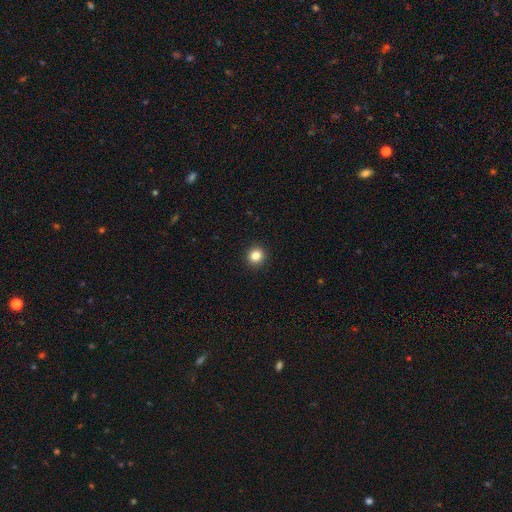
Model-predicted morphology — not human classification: type=smooth (85%); roundness=round (90%); merging=none (93%).